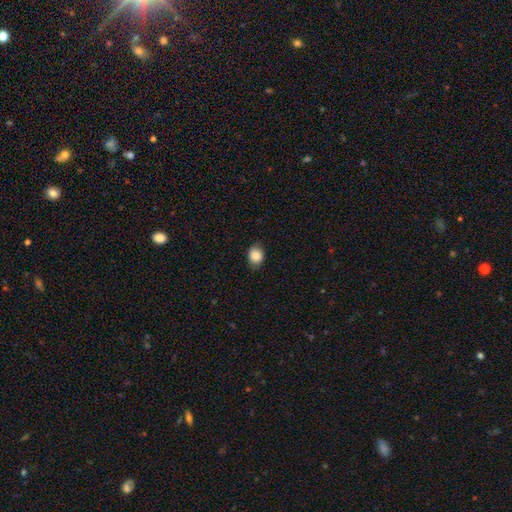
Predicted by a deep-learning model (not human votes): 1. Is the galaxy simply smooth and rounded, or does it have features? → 85% smooth, 8% star or artifact, 7% featured or disk.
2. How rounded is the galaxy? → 50% in between, 49% round, 1% cigar-shaped.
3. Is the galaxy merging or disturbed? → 79% none, 17% minor disturbance, 3% major disturbance, 1% merger.